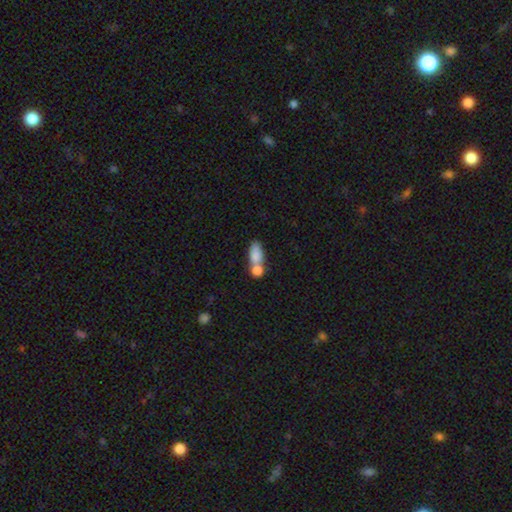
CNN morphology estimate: Q: Smooth or featured?
A: smooth (79%); runner-up: featured or disk (13%)
Q: How rounded?
A: in between (76%); runner-up: cigar-shaped (15%)
Q: Merging?
A: merger (51%); runner-up: none (31%)